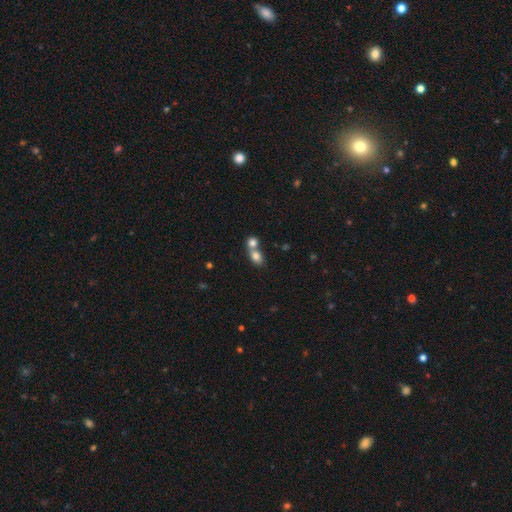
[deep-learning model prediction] Overall: smooth (79%). How rounded: in between (63%; round 35%). Merging: merger (64%; none 27%).